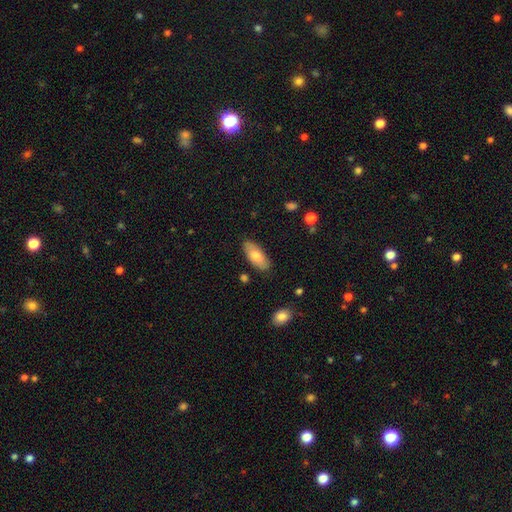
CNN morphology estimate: Smooth or featured? Predicted: smooth (p=0.75). How rounded? Predicted: in between (p=0.86). Merging? Predicted: none (p=0.84).